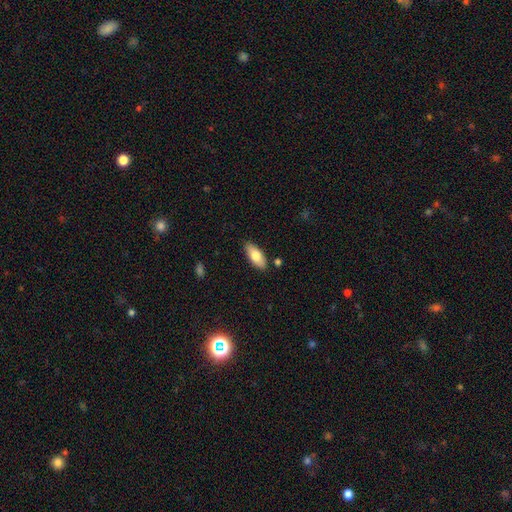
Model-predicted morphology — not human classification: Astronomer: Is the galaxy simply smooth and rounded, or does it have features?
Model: smooth — 75%.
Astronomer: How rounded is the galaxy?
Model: in between — 83%.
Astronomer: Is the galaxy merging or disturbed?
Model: none — 85%.